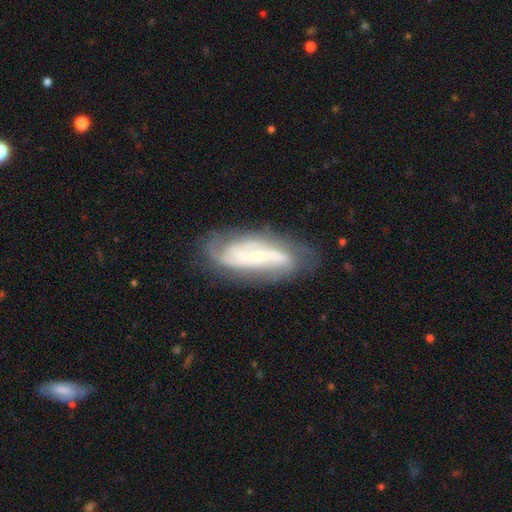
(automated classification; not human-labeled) Smooth or featured? featured or disk (79%)
Edge-on disk? no (87%)
Bar? no (38%)
Spiral arms? yes (91%)
Spiral winding? tight (43%)
Spiral arm count? 2 (41%)
Bulge size? small (74%)
Merging? none (73%)